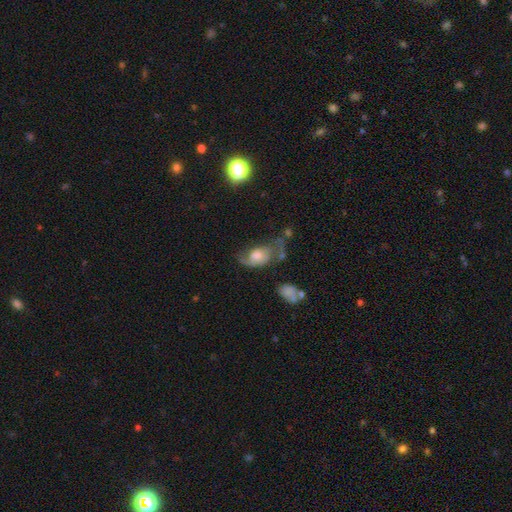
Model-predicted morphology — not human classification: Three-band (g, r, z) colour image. It shows a featured or disk galaxy (60%) with no bar (75%), spiral arms (77%) and a moderate central bulge (52%). Merging: none (37%).